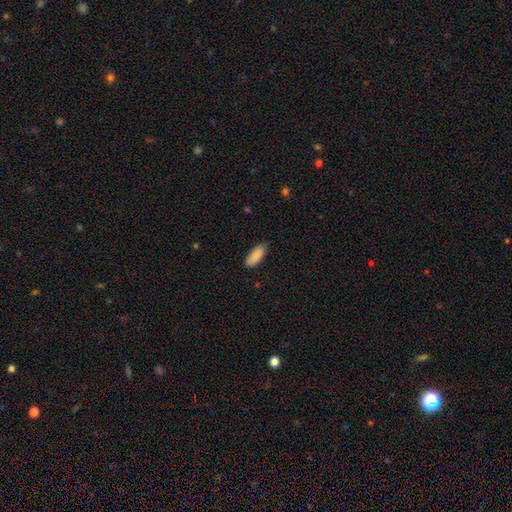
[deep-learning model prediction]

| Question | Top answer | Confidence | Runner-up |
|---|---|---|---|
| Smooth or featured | smooth | 88% | star or artifact (6%) |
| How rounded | in between | 79% | cigar-shaped (20%) |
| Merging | none | 83% | minor disturbance (13%) |